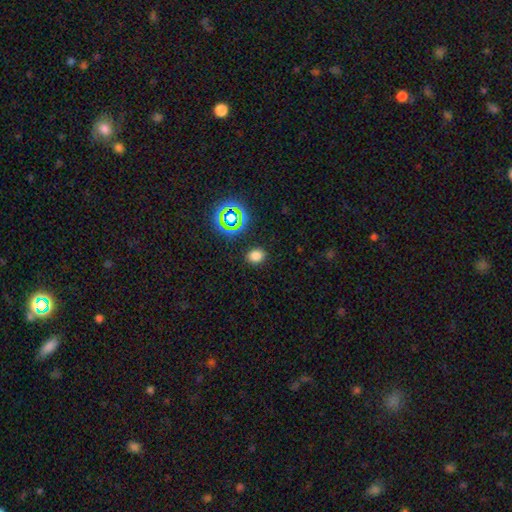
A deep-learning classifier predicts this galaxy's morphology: A smooth galaxy with no disk features (75%) that is in between round and cigar-shaped (51%).

Vote fractions:
- Smooth or featured? smooth: 75% / star or artifact: 20% / featured or disk: 6%
- How rounded? in between: 51% / round: 48% / cigar-shaped: 1%
- Merging? none: 88% / minor disturbance: 8% / major disturbance: 3% / merger: 1%